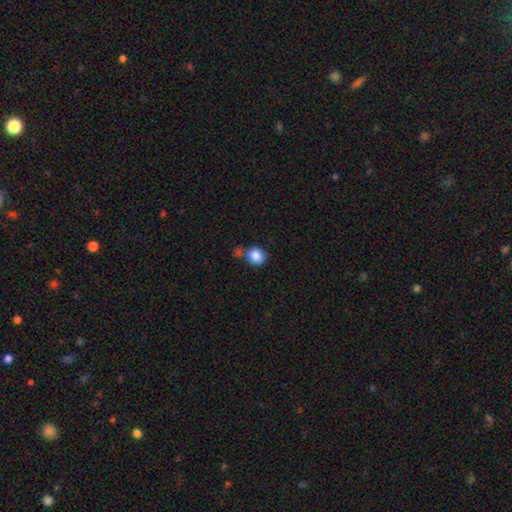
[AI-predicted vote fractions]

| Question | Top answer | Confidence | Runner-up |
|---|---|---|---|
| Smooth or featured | smooth | 86% | star or artifact (8%) |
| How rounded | round | 74% | in between (25%) |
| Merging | none | 53% | merger (25%) |